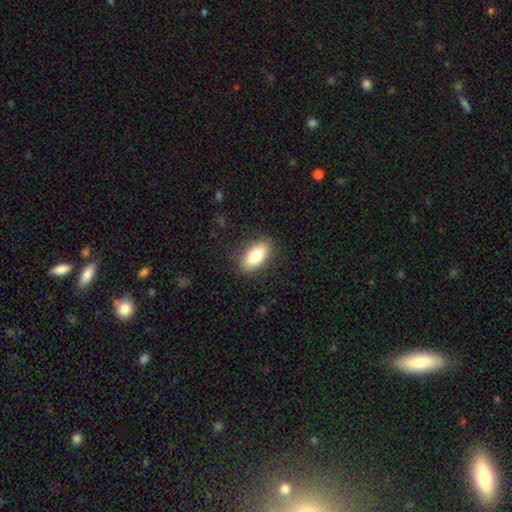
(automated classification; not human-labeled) The model was most divided on "smooth or featured": smooth: 81%, featured or disk: 12%, star or artifact: 7%. More confident: how rounded — in between (88%); merging — none (87%).